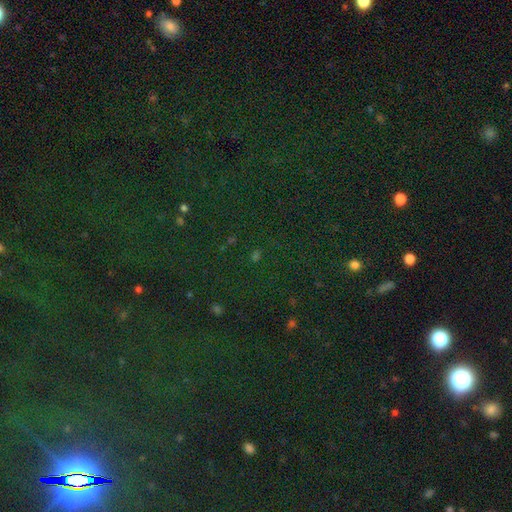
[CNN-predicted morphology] The model was most divided on "smooth or featured": star or artifact: 79%, smooth: 13%, featured or disk: 8%.